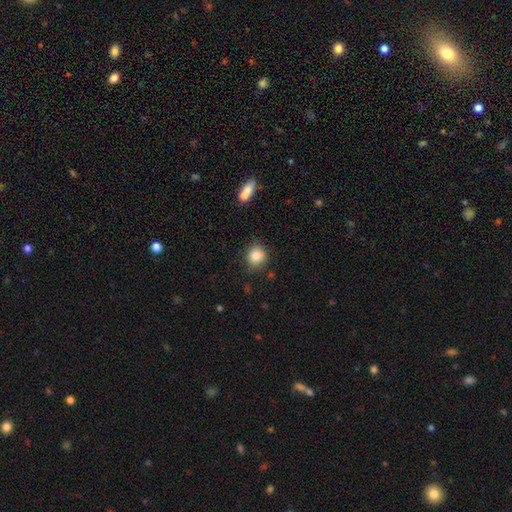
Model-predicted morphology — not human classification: Overall: smooth (83%). How rounded: round (83%). Merging: none (83%).